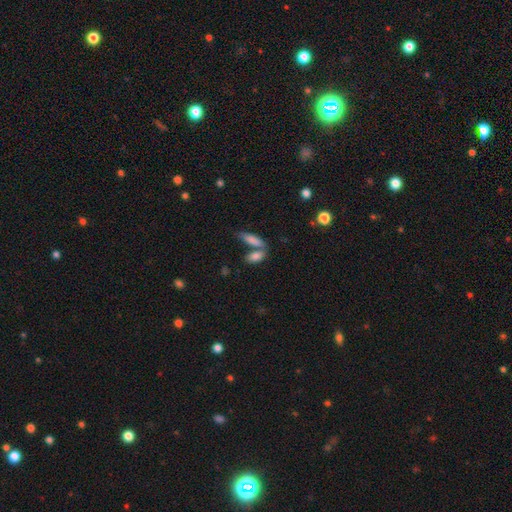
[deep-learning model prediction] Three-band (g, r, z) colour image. It shows a smooth galaxy with no disk features (82%) that is in between round and cigar-shaped (72%). Merging: none (45%).